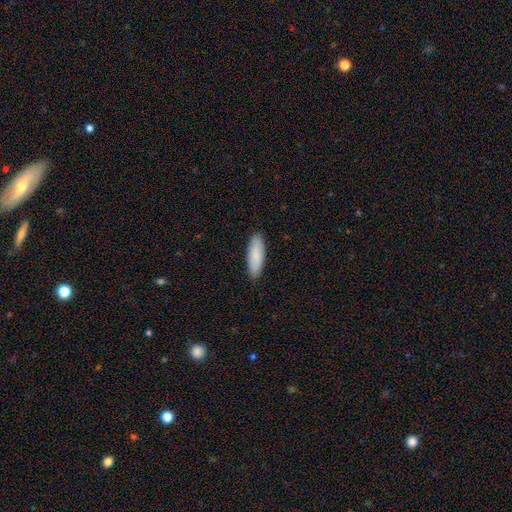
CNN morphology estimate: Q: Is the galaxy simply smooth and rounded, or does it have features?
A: smooth — 88%.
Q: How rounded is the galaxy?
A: in between — 52%.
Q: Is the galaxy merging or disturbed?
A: none — 90%.